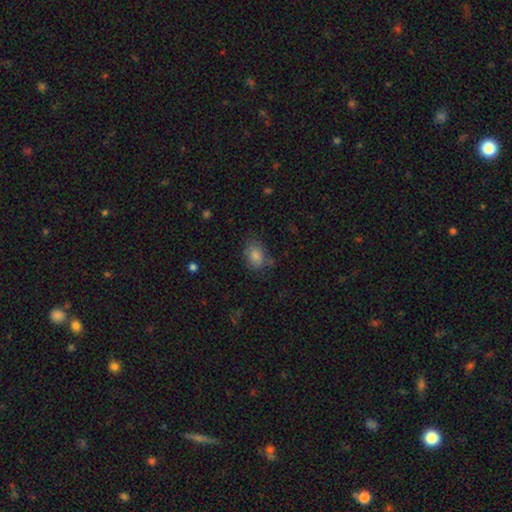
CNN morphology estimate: Smooth or featured? Predicted: smooth (p=0.82). How rounded? Predicted: in between (p=0.67). Merging? Predicted: none (p=0.72).